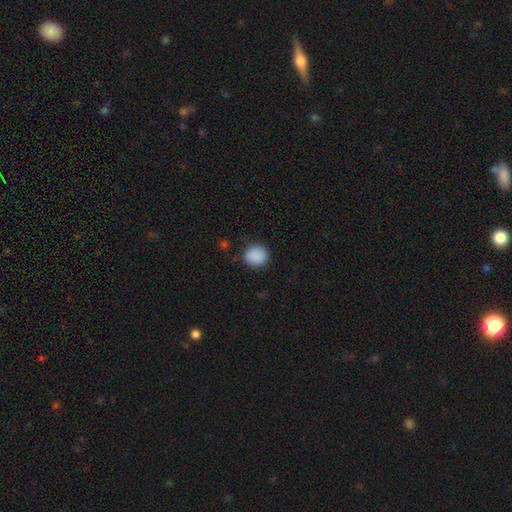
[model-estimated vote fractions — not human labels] smooth-or-featured: smooth: 89% | star or artifact: 8% | featured or disk: 3%
  how-rounded: round: 82% | in between: 17% | cigar-shaped: 1%
  merging: none: 84% | minor disturbance: 12% | major disturbance: 3% | merger: 1%